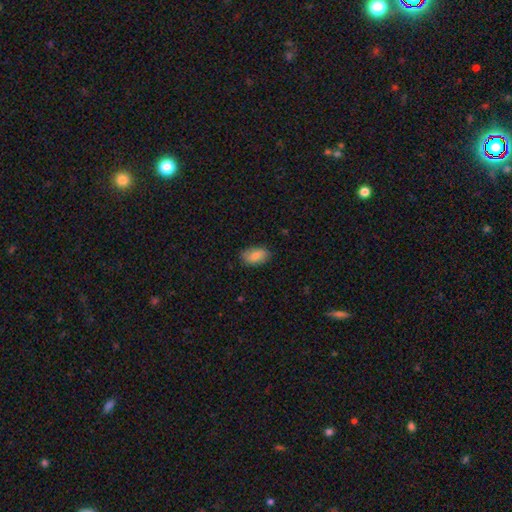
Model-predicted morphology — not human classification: type=smooth (79%); roundness=in between (92%); merging=none (83%).